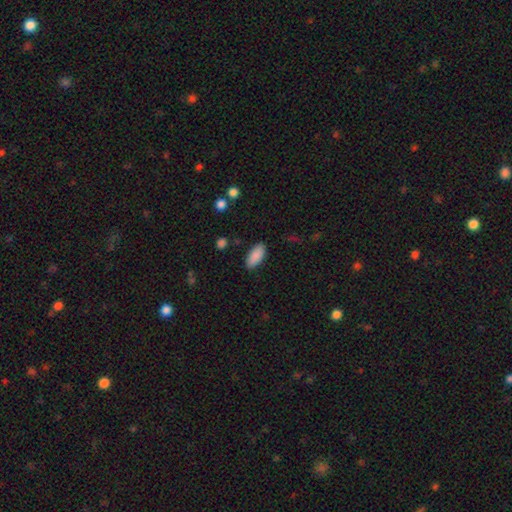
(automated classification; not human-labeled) A smooth galaxy with no disk features (89%) that is in between round and cigar-shaped (88%). Merging: none (87%).